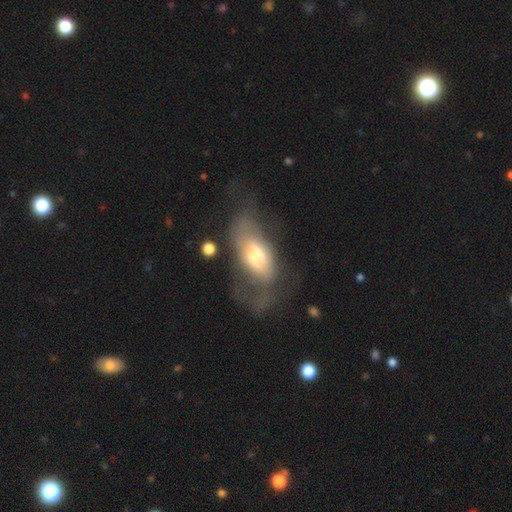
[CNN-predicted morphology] A featured or disk galaxy (47%). Merging: major disturbance (41%).